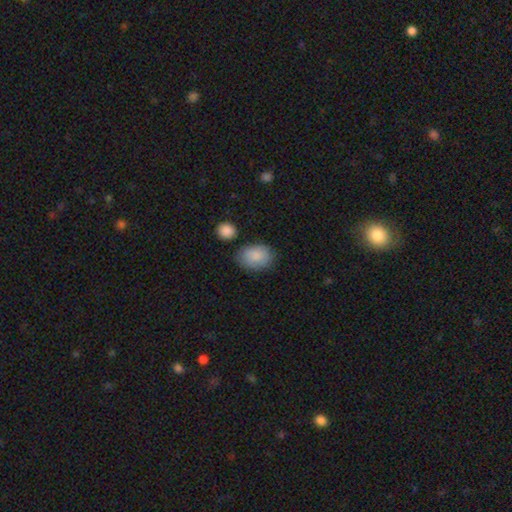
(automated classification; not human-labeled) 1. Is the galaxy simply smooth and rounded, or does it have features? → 86% smooth, 8% featured or disk, 6% star or artifact.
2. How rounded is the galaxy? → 78% in between, 21% round, 1% cigar-shaped.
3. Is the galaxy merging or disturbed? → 71% none, 18% minor disturbance, 6% merger, 5% major disturbance.